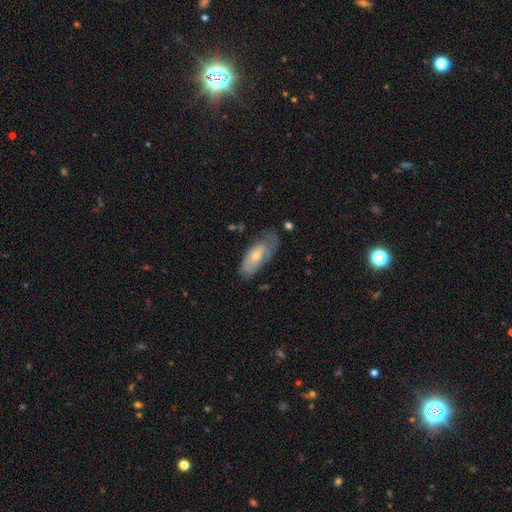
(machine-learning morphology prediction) smooth 58%, featured or disk 36%, star or artifact 6%. Down the decision tree: how rounded — in between (85%); merging — none (46%).